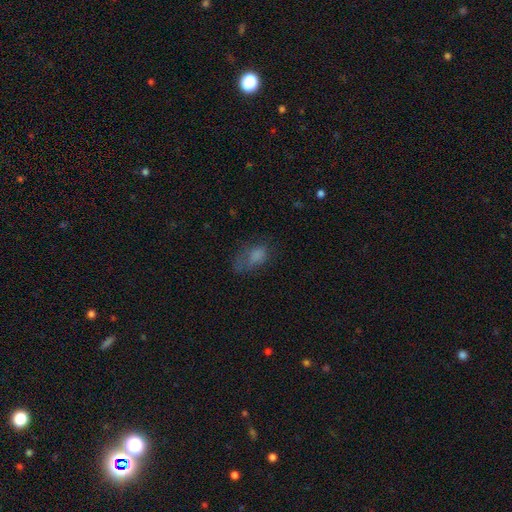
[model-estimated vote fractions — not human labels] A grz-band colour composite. It shows a smooth galaxy with no disk features (69%) that is in between round and cigar-shaped (86%). Merging: none (40%).